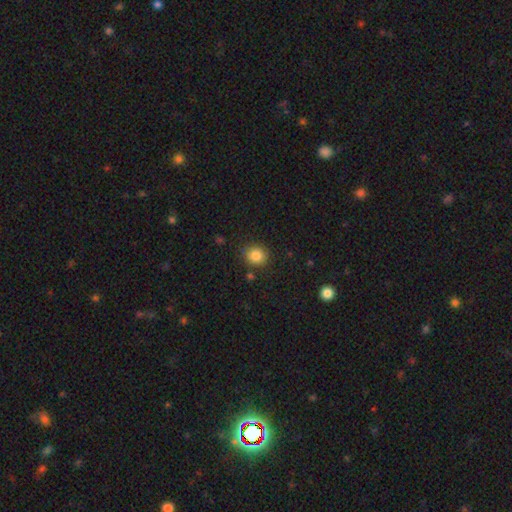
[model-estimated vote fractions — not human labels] Overall: smooth (85%). How rounded: round (80%). Merging: none (84%).